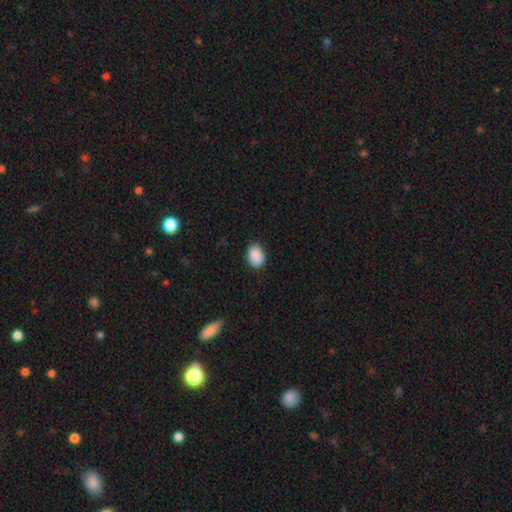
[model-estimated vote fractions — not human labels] smooth 90%, star or artifact 7%, featured or disk 3%. Down the decision tree: how rounded — in between (78%); merging — none (87%).